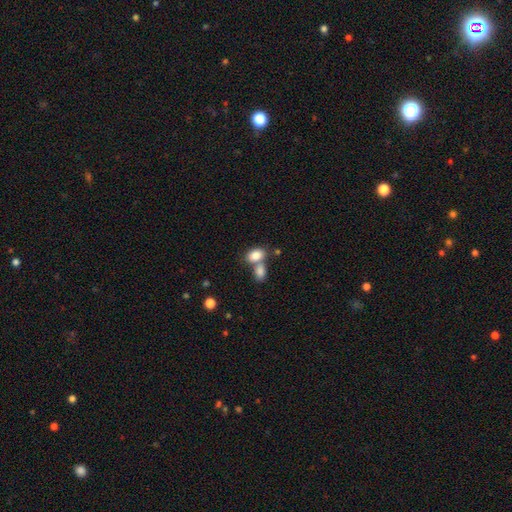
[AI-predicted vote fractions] Smooth or featured?
  - smooth: 83% *
  - featured or disk: 9%
  - star or artifact: 8%
How rounded?
  - in between: 84% *
  - round: 15%
  - cigar-shaped: 1%
Merging?
  - merger: 50% *
  - none: 37%
  - minor disturbance: 9%
  - major disturbance: 4%